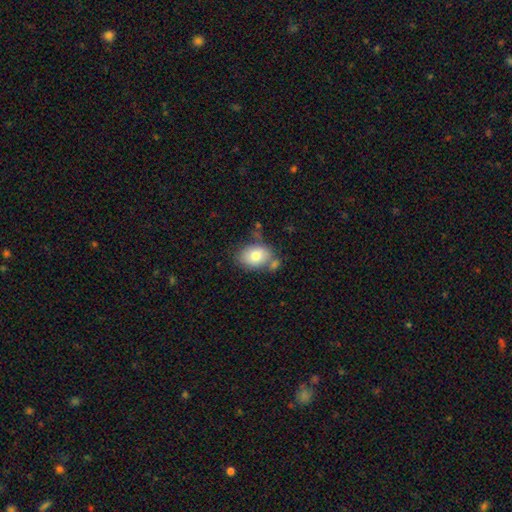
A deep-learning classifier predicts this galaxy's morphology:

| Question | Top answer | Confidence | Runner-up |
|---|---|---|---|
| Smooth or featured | smooth | 78% | featured or disk (14%) |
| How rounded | in between | 77% | round (22%) |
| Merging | none | 57% | minor disturbance (19%) |